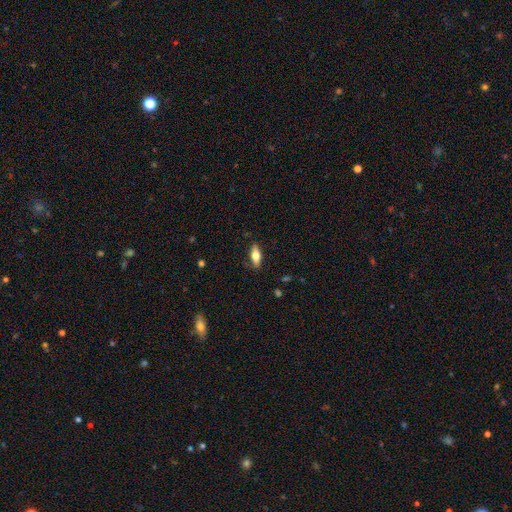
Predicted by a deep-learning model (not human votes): smooth-or-featured: smooth: 64% | featured or disk: 29% | star or artifact: 7%
  how-rounded: in between: 69% | cigar-shaped: 28% | round: 3%
  merging: none: 82% | minor disturbance: 14% | major disturbance: 3% | merger: 1%